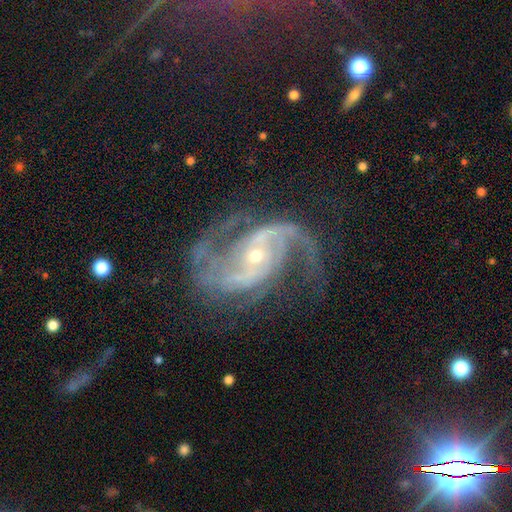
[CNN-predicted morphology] Smooth or featured: featured or disk — 91% (star or artifact — 6%)
Edge-on disk: no — 97% (yes — 3%)
Bar: no — 49% (weak — 32%)
Spiral arms: yes — 98% (no — 2%)
Spiral winding: medium — 53% (loose — 30%)
Spiral arm count: 2 — 81% (3 — 7%)
Bulge size: small — 68% (moderate — 29%)
Merging: none — 64% (minor disturbance — 18%)